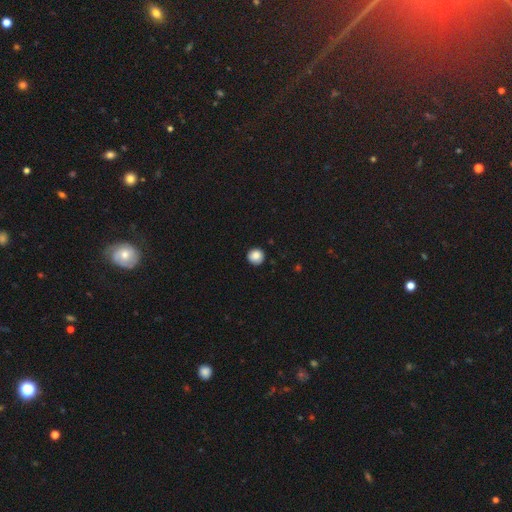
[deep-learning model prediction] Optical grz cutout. It shows a smooth galaxy with no disk features (86%) that is round (94%). Merging: none (90%).